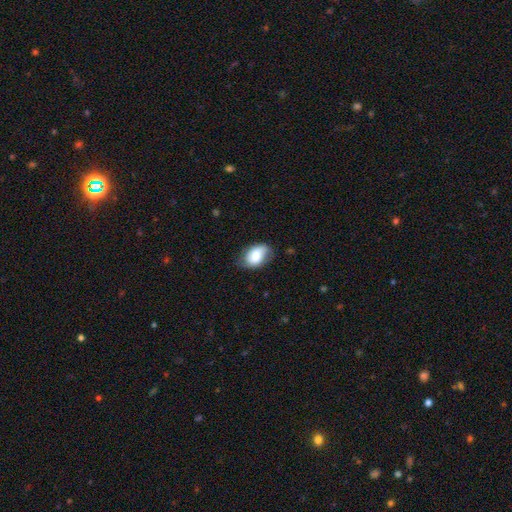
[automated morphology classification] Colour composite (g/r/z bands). It shows a smooth galaxy with no disk features (71%) that is in between round and cigar-shaped (85%). Merging: none (63%).